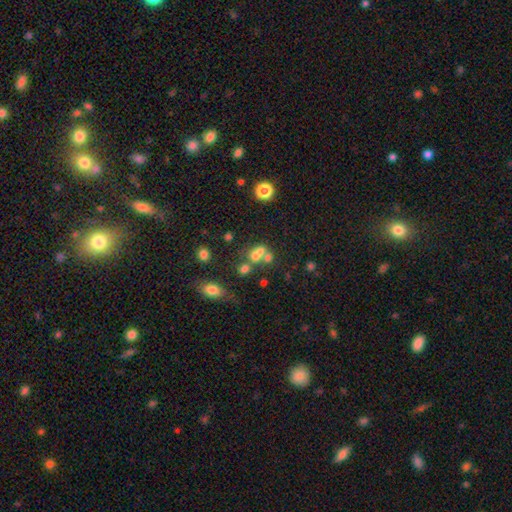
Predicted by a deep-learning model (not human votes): This appears to be a smooth galaxy with no disk features (61%) that is in between round and cigar-shaped (51%). Merging: merger (56%).